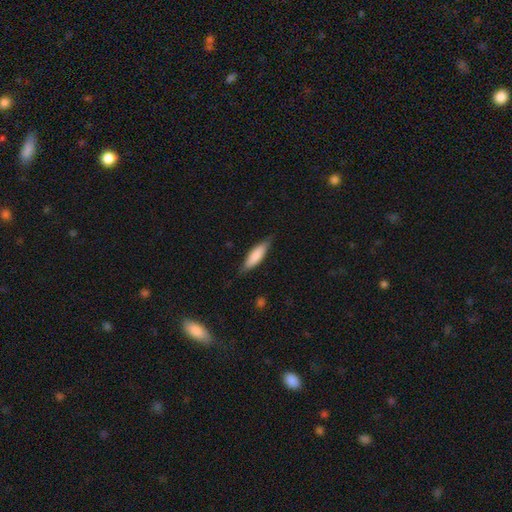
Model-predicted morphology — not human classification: smooth 78%, featured or disk 17%, star or artifact 5%. Down the decision tree: how rounded — cigar-shaped (55%); merging — none (78%).